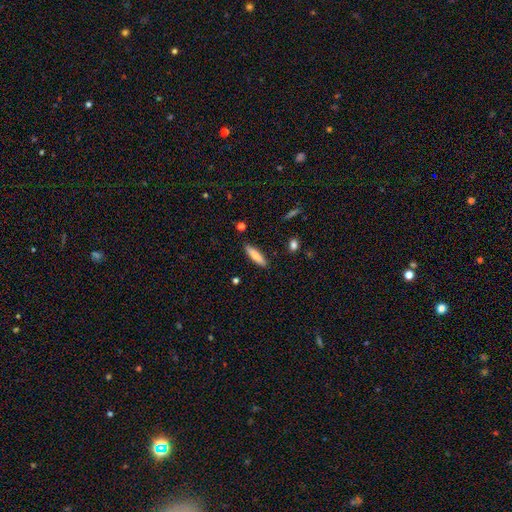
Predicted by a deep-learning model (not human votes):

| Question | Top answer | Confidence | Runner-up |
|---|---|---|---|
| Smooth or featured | smooth | 75% | featured or disk (18%) |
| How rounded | cigar-shaped | 73% | in between (26%) |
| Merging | none | 88% | minor disturbance (8%) |